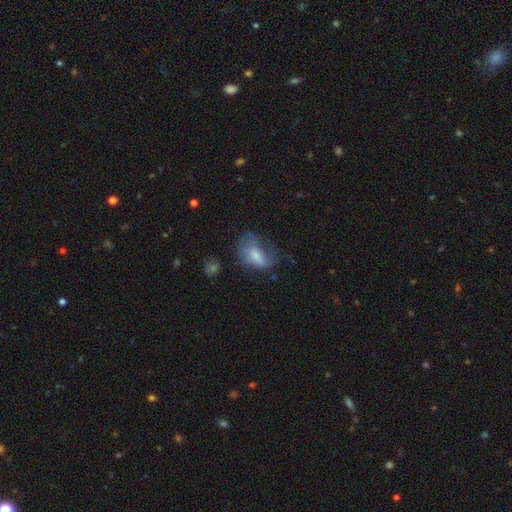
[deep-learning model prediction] smooth_or_featured: smooth (p=0.59) [alt: featured or disk p=0.31]
how_rounded: in between (p=0.84) [alt: round p=0.12]
merging: none (p=0.34) [tied with: major disturbance p=0.34]